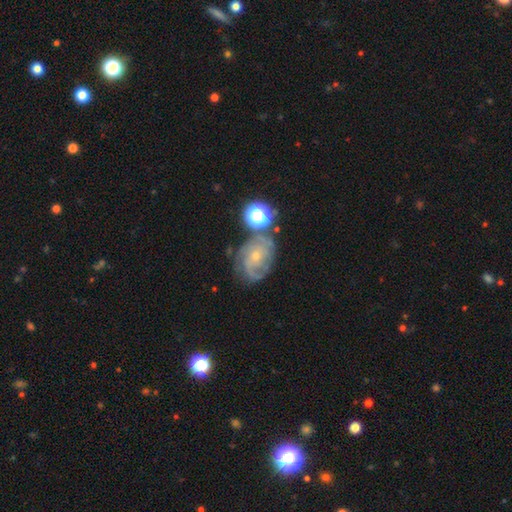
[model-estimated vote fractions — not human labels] Smooth or featured: featured or disk — 76% (star or artifact — 12%)
Edge-on disk: no — 97% (yes — 3%)
Bar: no — 71% (weak — 24%)
Spiral arms: yes — 94% (no — 6%)
Spiral winding: tight — 58% (medium — 33%)
Spiral arm count: can't tell — 31% (2 — 29%)
Bulge size: small — 68% (moderate — 28%)
Merging: none — 64% (minor disturbance — 19%)